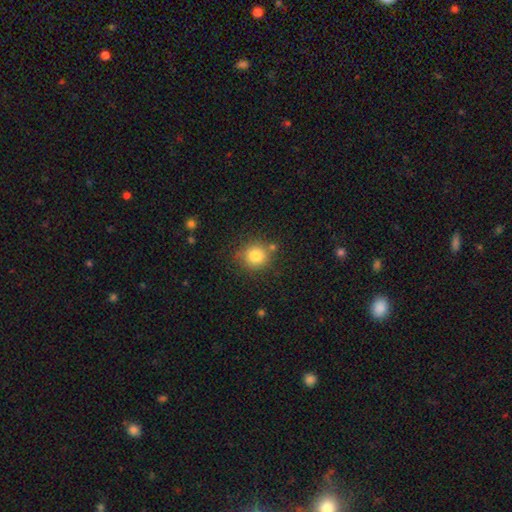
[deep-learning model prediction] smooth 82%, star or artifact 11%, featured or disk 7%. Down the decision tree: how rounded — round (89%); merging — none (78%).